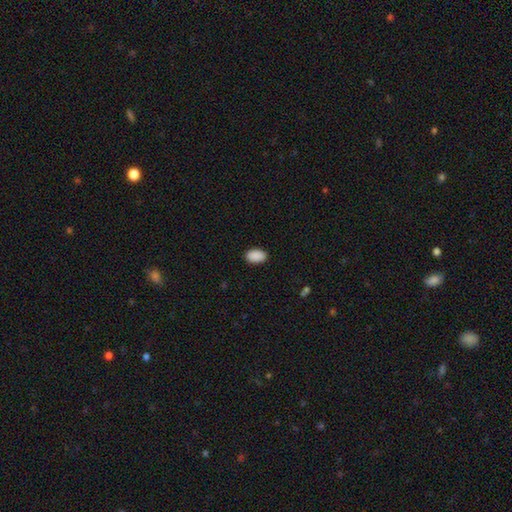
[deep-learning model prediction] Smooth or featured?
  - smooth: 90% *
  - star or artifact: 7%
  - featured or disk: 2%
How rounded?
  - in between: 91% *
  - round: 8%
  - cigar-shaped: 1%
Merging?
  - none: 89% *
  - minor disturbance: 8%
  - major disturbance: 2%
  - merger: 1%